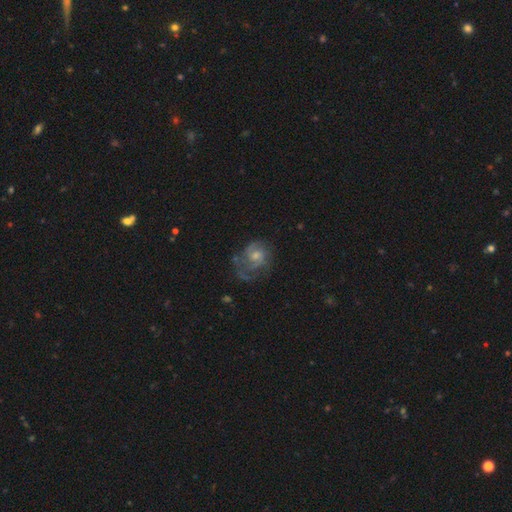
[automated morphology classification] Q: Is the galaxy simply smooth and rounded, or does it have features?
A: featured or disk — 69%.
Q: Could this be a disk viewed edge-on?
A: no — 98%.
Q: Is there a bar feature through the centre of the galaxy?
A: no — 71%.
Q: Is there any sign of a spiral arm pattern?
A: yes — 83%.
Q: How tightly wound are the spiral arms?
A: medium — 42%.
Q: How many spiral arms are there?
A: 2 — 39%.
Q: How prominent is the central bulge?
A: moderate — 48%.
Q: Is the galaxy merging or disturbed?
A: none — 52%.